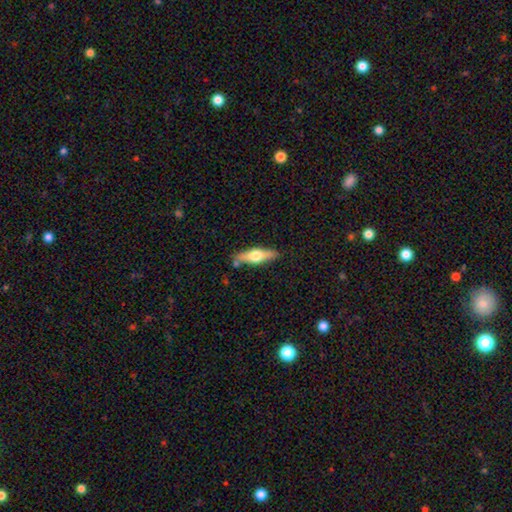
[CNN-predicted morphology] A featured or disk galaxy (48%).

Vote fractions:
- Smooth or featured? featured or disk: 48% / smooth: 46% / star or artifact: 5%
- Merging? none: 80% / minor disturbance: 13% / merger: 4% / major disturbance: 3%